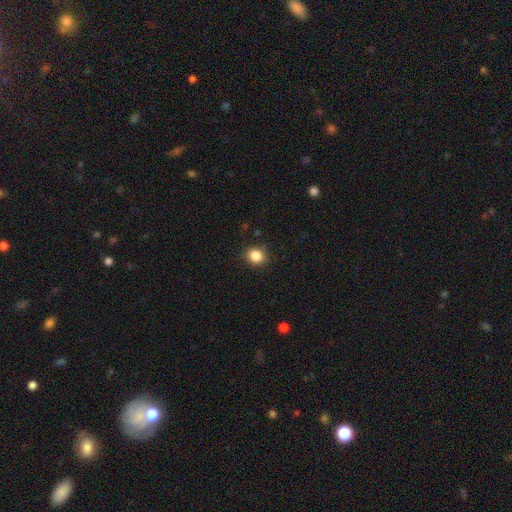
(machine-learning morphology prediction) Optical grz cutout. It shows a smooth galaxy with no disk features (86%) that is round (76%). Merging: none (87%).